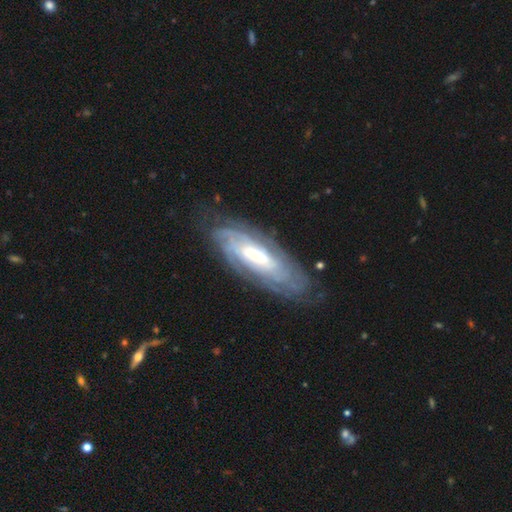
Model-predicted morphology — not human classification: Smooth or featured?
  - featured or disk: 79% *
  - smooth: 15%
  - star or artifact: 6%
Edge-on disk?
  - no: 83% *
  - yes: 17%
Bar?
  - no: 49% *
  - weak: 33%
  - strong: 18%
Spiral arms?
  - yes: 91% *
  - no: 9%
Spiral winding?
  - tight: 73% *
  - medium: 22%
  - loose: 5%
Spiral arm count?
  - can't tell: 57% *
  - 4: 12%
  - 2: 9%
  - more than 4: 9%
  - 3: 9%
  - 1: 4%
Bulge size?
  - moderate: 44% *
  - large: 25%
  - small: 24%
  - none: 4%
  - dominant: 3%
Merging?
  - none: 73% *
  - minor disturbance: 18%
  - major disturbance: 7%
  - merger: 1%